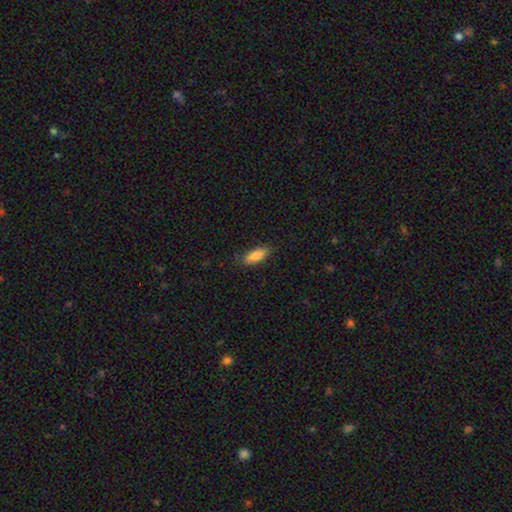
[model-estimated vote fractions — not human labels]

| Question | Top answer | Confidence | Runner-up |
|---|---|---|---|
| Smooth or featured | smooth | 85% | featured or disk (8%) |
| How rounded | in between | 71% | cigar-shaped (28%) |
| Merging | none | 84% | minor disturbance (12%) |